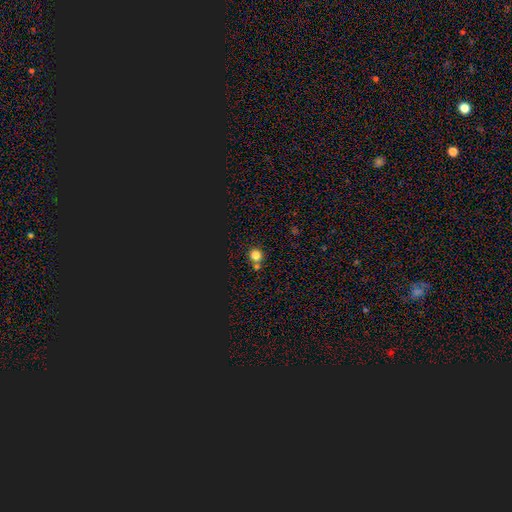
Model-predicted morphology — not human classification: The model was most divided on "merging": none: 68%, merger: 21%, minor disturbance: 8%, major disturbance: 3%. More confident: how rounded — round (92%); smooth or featured — smooth (77%).